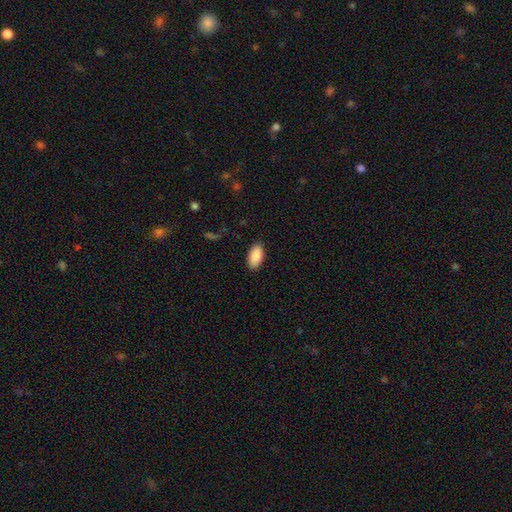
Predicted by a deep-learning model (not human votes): Morphology: type=smooth (90%); roundness=in between (94%); merging=none (88%).